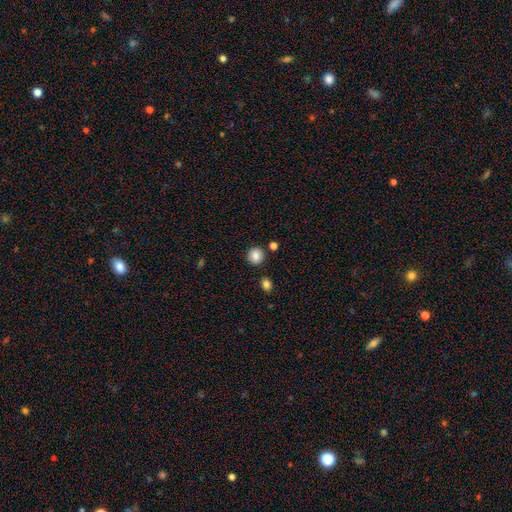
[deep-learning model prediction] This is clearly a smooth galaxy (85%). How rounded: clearly round (91%). Merging: clearly none (88%).